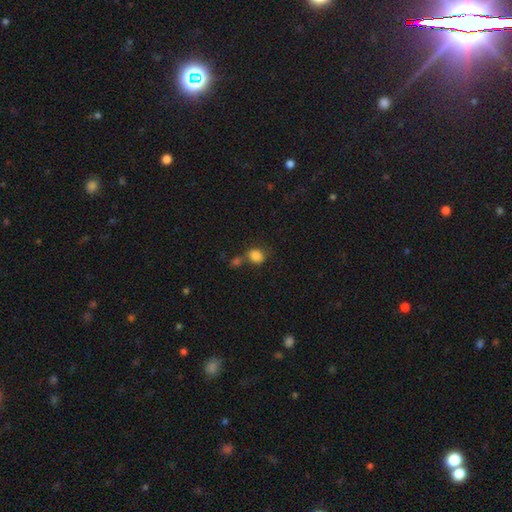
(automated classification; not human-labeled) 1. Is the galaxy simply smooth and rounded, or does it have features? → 85% smooth, 10% star or artifact, 5% featured or disk.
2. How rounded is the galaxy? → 62% round, 37% in between, 1% cigar-shaped.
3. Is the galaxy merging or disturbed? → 51% none, 28% merger, 15% minor disturbance, 6% major disturbance.